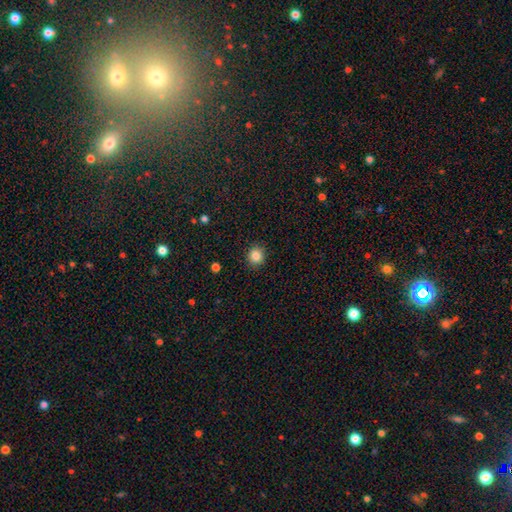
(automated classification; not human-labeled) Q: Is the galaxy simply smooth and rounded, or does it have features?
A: smooth — 85%.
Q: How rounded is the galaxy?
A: round — 87%.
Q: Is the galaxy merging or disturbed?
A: none — 90%.